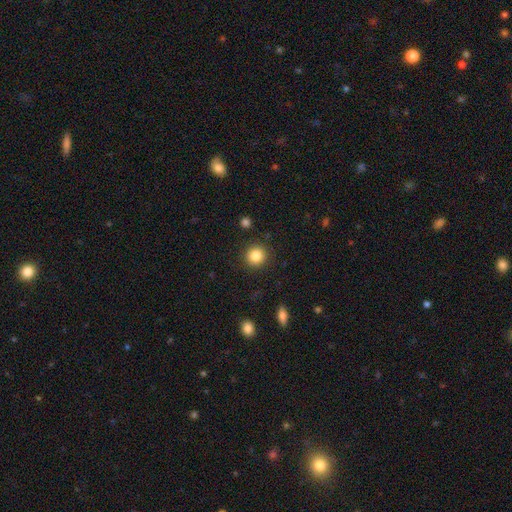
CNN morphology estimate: type=smooth (85%); roundness=round (93%); merging=none (90%).